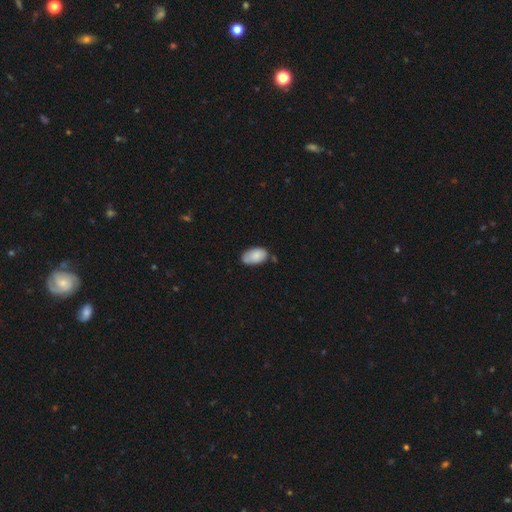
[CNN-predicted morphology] A smooth galaxy with no disk features (84%) that is in between round and cigar-shaped (94%).

Vote fractions:
- Smooth or featured? smooth: 84% / featured or disk: 9% / star or artifact: 7%
- How rounded? in between: 94% / round: 4% / cigar-shaped: 2%
- Merging? none: 63% / minor disturbance: 28% / merger: 5% / major disturbance: 4%